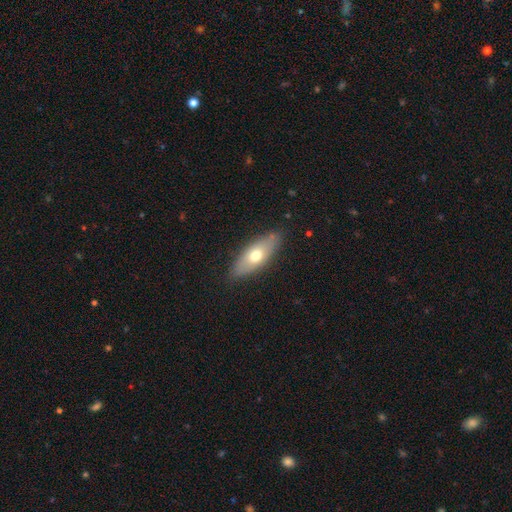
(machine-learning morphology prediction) Smooth or featured? Predicted: smooth (p=0.62). How rounded? Predicted: in between (p=0.71). Merging? Predicted: none (p=0.83).